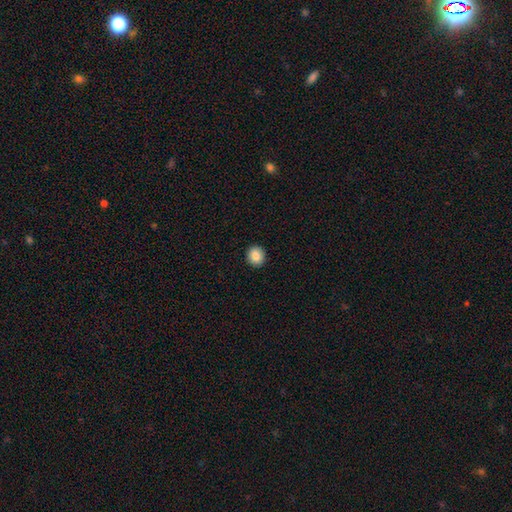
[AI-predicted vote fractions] Q: Smooth or featured?
A: smooth (88%); runner-up: star or artifact (8%)
Q: How rounded?
A: round (75%); runner-up: in between (24%)
Q: Merging?
A: none (92%); runner-up: minor disturbance (6%)